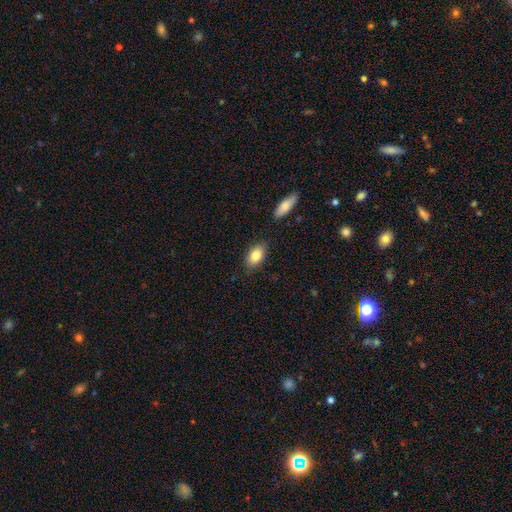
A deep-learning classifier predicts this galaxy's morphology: Smooth or featured? Predicted: smooth (p=0.83). How rounded? Predicted: in between (p=0.90). Merging? Predicted: none (p=0.84).